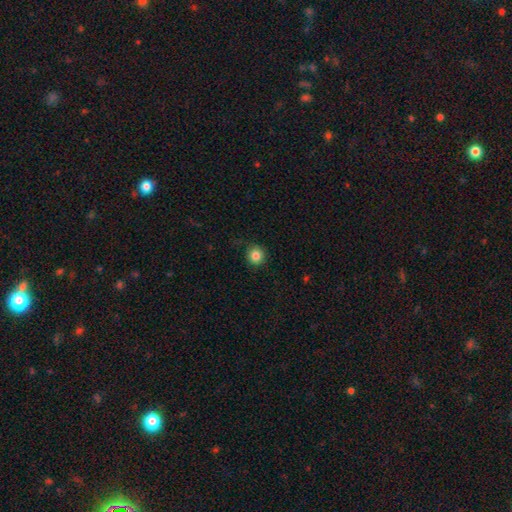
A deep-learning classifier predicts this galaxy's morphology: This appears to be a smooth galaxy with no disk features (84%) that is round (92%). Merging: none (85%).